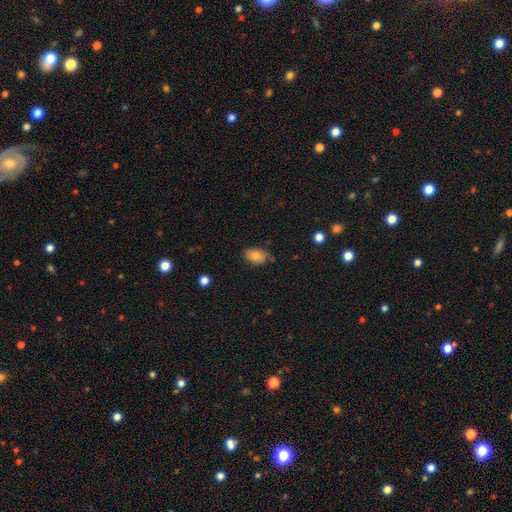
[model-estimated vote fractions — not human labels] smooth-or-featured: smooth: 81% | featured or disk: 11% | star or artifact: 8%
  how-rounded: in between: 87% | round: 11% | cigar-shaped: 1%
  merging: none: 72% | minor disturbance: 22% | major disturbance: 4% | merger: 2%